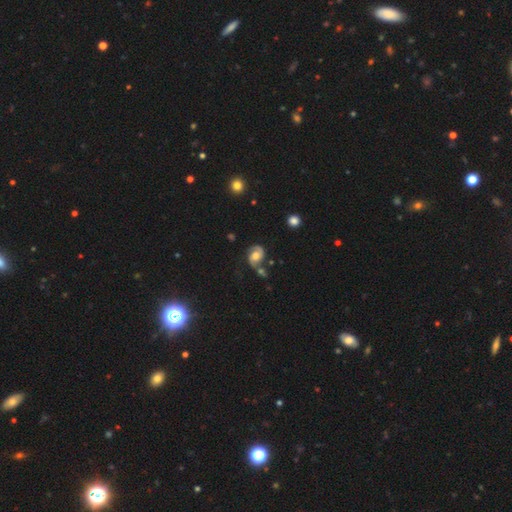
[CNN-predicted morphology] Smooth or featured: featured or disk — 78% (smooth — 16%)
Edge-on disk: no — 98% (yes — 2%)
Bar: no — 59% (weak — 33%)
Spiral arms: yes — 94% (no — 6%)
Spiral winding: medium — 51% (tight — 25%)
Spiral arm count: 2 — 87% (1 — 6%)
Bulge size: moderate — 55% (large — 27%)
Merging: none — 54% (minor disturbance — 19%)